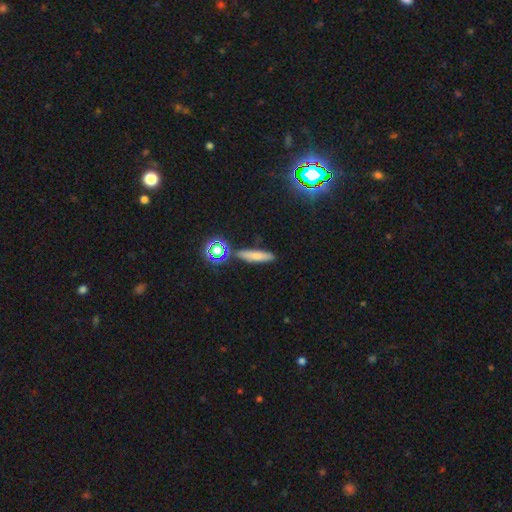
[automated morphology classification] type=smooth (69%); roundness=cigar-shaped (76%); merging=none (80%).